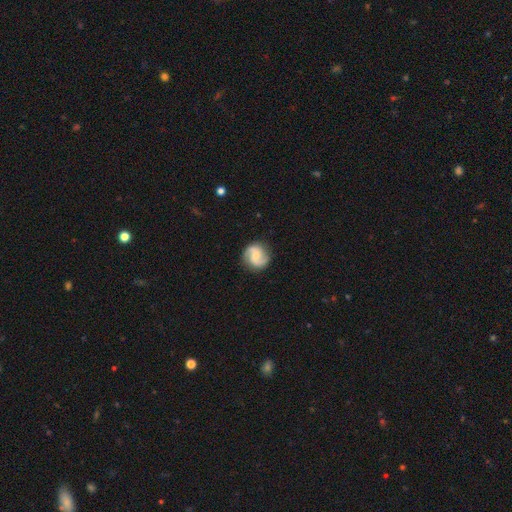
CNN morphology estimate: Overall: featured or disk (77%). Edge-on disk: no (98%). Bar: no (53%; weak 39%). Spiral arms: yes (96%). Spiral arm count: 2 (92%). Spiral winding: medium (50%; loose 26%). Bulge size: small (53%; moderate 37%). Merging: none (86%).